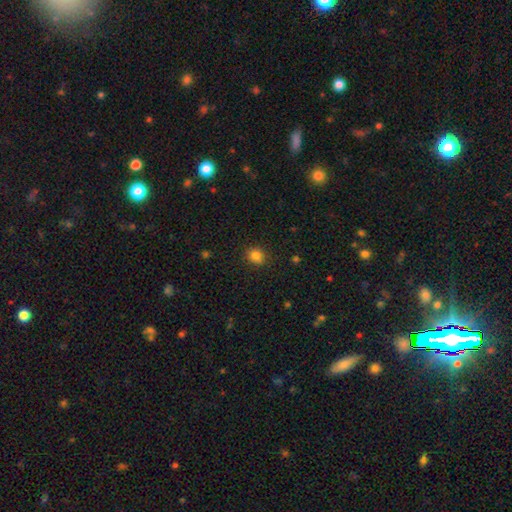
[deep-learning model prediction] Smooth or featured? Predicted: smooth (p=0.83). How rounded? Predicted: round (p=0.75). Merging? Predicted: none (p=0.84).